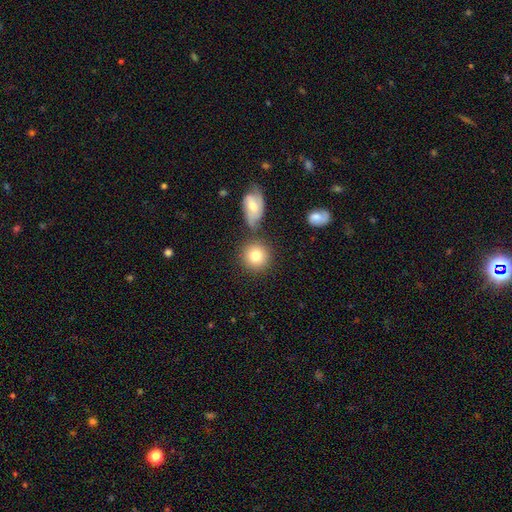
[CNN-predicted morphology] Smooth or featured? smooth (80%)
How rounded? round (88%)
Merging? none (71%)